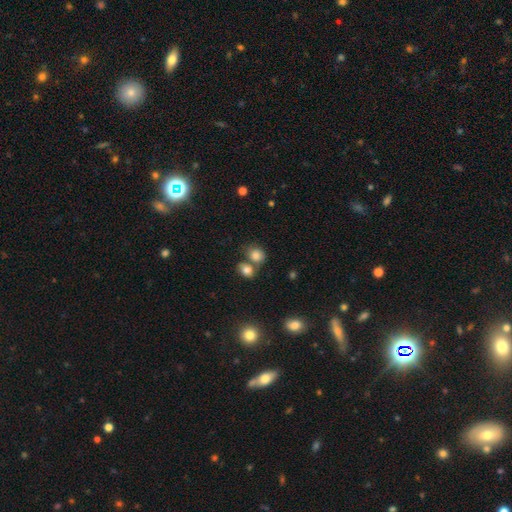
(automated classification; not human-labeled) Morphology: type=smooth (80%); roundness=round (65%); merging=none (44%).